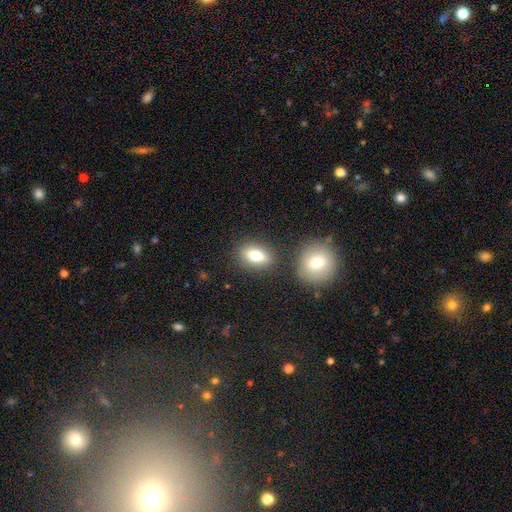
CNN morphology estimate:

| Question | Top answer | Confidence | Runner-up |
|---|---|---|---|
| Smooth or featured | smooth | 70% | featured or disk (21%) |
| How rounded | in between | 75% | round (12%) |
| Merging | none | 80% | minor disturbance (10%) |